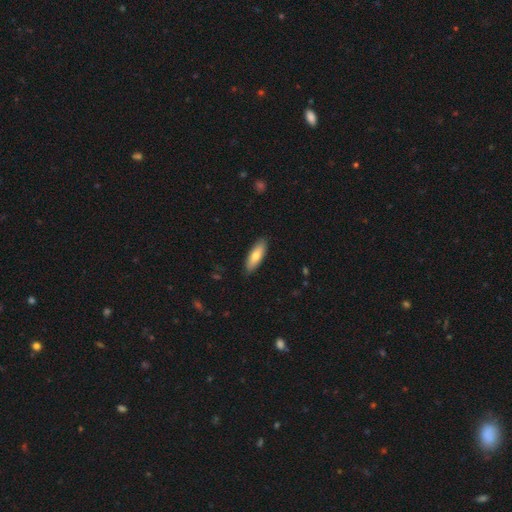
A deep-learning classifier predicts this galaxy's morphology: Smooth or featured: smooth — 75% (featured or disk — 19%)
How rounded: in between — 56% (cigar-shaped — 42%)
Merging: none — 88% (minor disturbance — 10%)